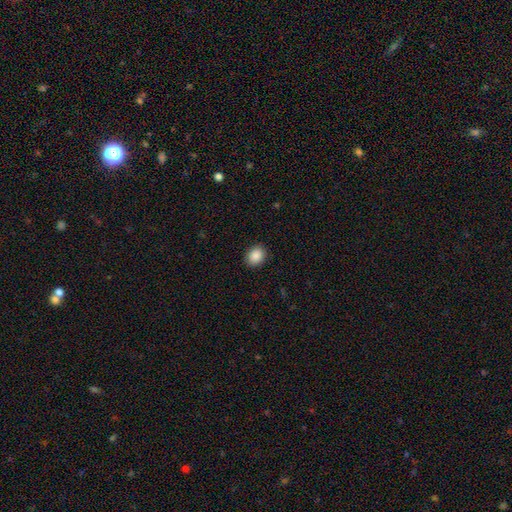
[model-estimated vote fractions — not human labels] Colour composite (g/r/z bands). It shows a smooth galaxy with no disk features (89%) that is in between round and cigar-shaped (50%). Merging: none (90%).